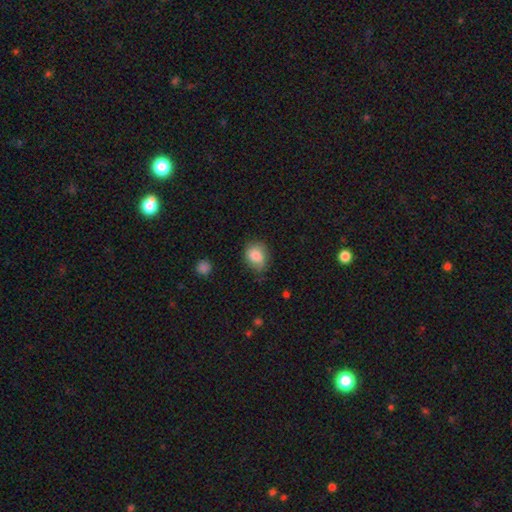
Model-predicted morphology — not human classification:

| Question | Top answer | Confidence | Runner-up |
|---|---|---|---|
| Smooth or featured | smooth | 83% | featured or disk (9%) |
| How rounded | in between | 56% | round (43%) |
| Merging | none | 61% | minor disturbance (30%) |